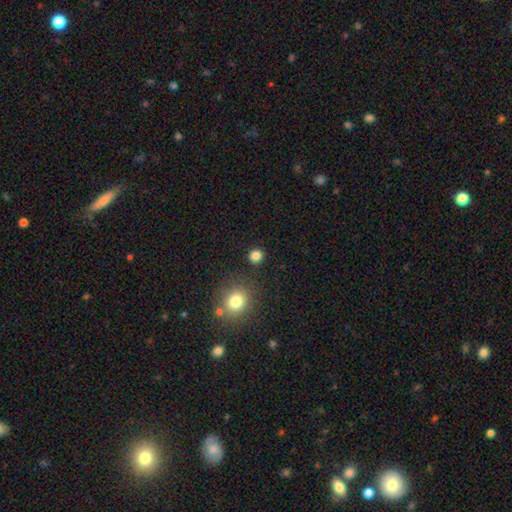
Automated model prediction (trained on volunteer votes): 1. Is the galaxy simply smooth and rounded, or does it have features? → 83% smooth, 13% star or artifact, 4% featured or disk.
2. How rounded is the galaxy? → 91% round, 8% in between, 1% cigar-shaped.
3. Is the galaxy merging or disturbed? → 88% none, 6% minor disturbance, 3% merger, 2% major disturbance.